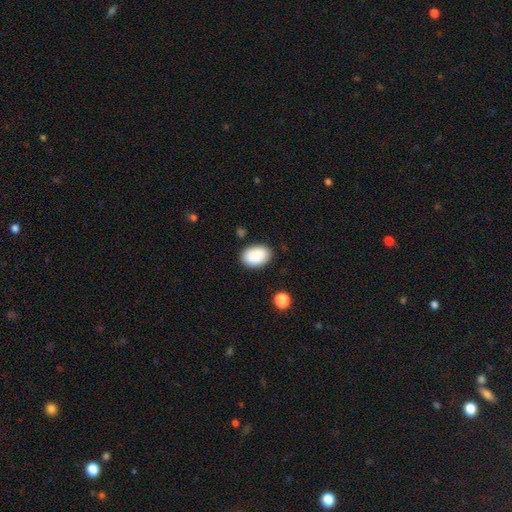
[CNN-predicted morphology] Overall: smooth (89%). How rounded: in between (88%). Merging: none (84%).